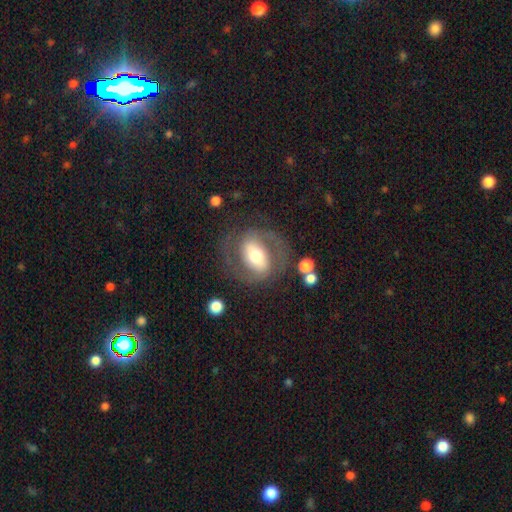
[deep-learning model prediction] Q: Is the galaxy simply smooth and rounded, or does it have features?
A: featured or disk — 67%.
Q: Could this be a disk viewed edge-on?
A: no — 95%.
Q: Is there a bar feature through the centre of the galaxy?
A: strong — 41%.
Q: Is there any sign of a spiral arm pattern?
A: yes — 67%.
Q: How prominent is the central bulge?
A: moderate — 63%.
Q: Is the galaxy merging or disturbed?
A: none — 71%.